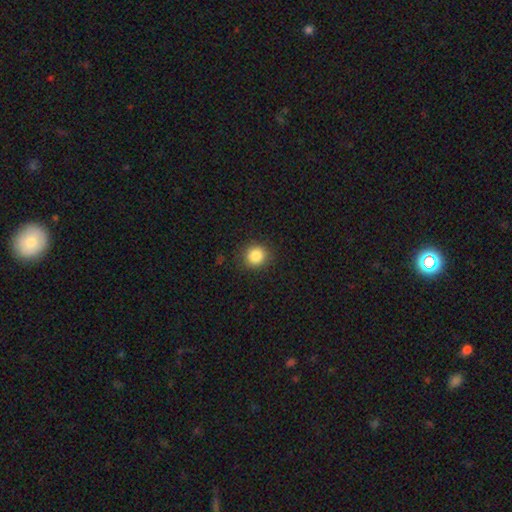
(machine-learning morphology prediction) Q: Smooth or featured?
A: smooth (86%); runner-up: star or artifact (10%)
Q: How rounded?
A: round (89%); runner-up: in between (11%)
Q: Merging?
A: none (89%); runner-up: minor disturbance (8%)